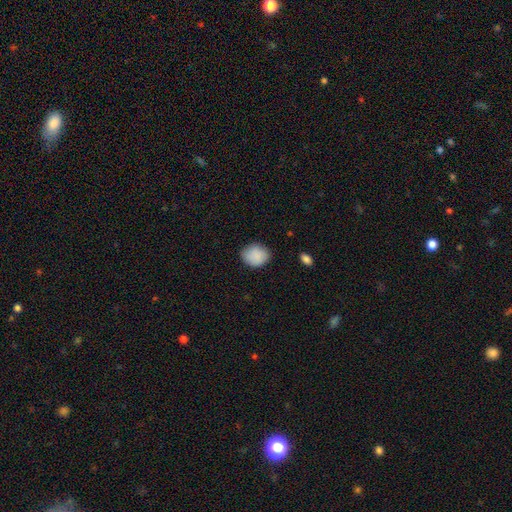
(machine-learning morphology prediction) smooth_or_featured: smooth (p=0.89) [alt: star or artifact p=0.07]
how_rounded: round (p=0.57) [alt: in between p=0.42]
merging: none (p=0.80) [alt: minor disturbance p=0.16]